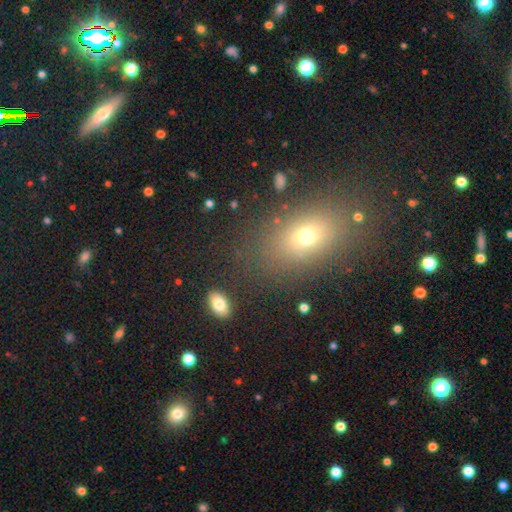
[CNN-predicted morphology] Q: Smooth or featured?
A: smooth (60%); runner-up: star or artifact (28%)
Q: How rounded?
A: in between (69%); runner-up: round (27%)
Q: Merging?
A: none (84%); runner-up: minor disturbance (9%)